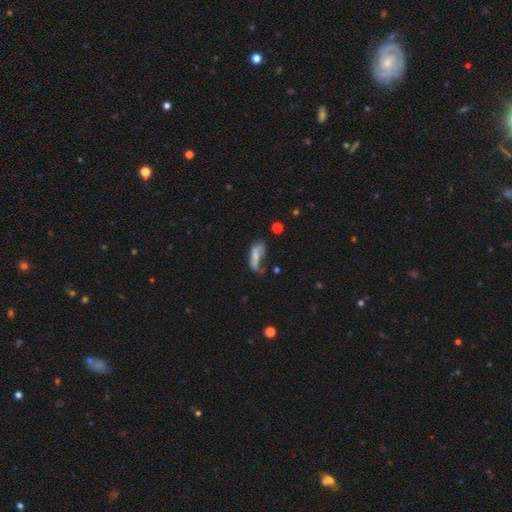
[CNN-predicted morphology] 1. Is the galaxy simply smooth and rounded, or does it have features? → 53% smooth, 37% featured or disk, 10% star or artifact.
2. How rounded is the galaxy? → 75% in between, 22% cigar-shaped, 3% round.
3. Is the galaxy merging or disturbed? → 37% major disturbance, 27% minor disturbance, 26% none, 10% merger.